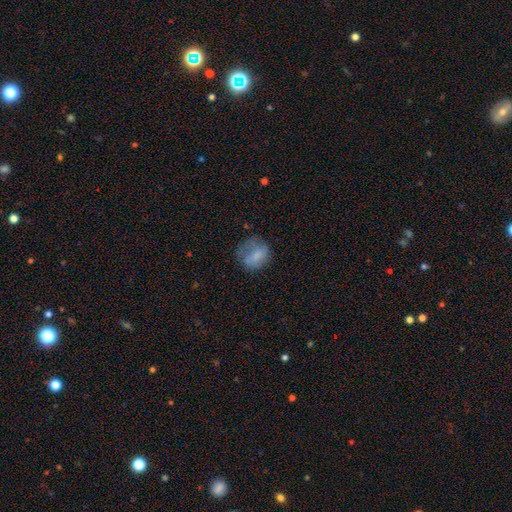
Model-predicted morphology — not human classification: type=smooth (70%); roundness=round (72%); merging=none (55%).